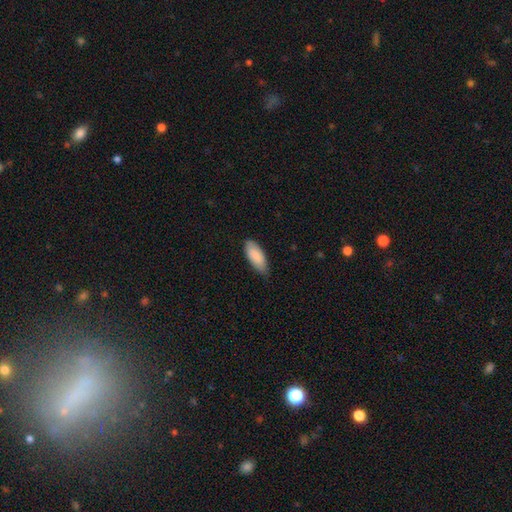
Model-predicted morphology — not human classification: This appears to be a smooth galaxy with no disk features (88%) that is in between round and cigar-shaped (86%). Merging: none (71%).